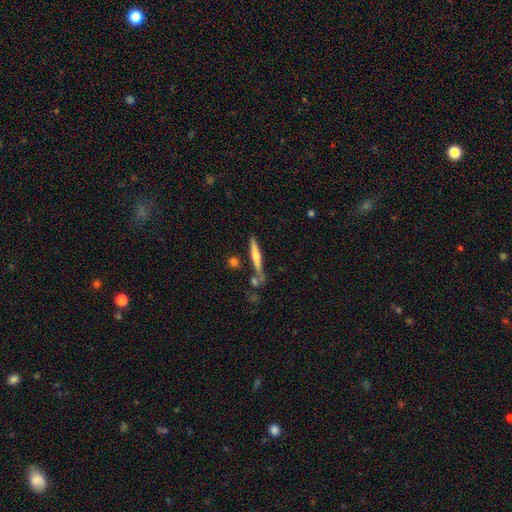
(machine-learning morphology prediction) type=smooth (47%, tied with featured or disk); merging=none (72%).